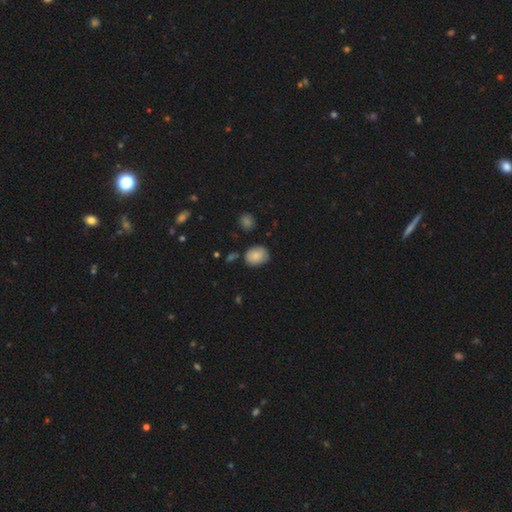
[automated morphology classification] Smooth or featured?
  - smooth: 83% *
  - featured or disk: 10%
  - star or artifact: 8%
How rounded?
  - round: 50% *
  - in between: 49%
  - cigar-shaped: 1%
Merging?
  - none: 71% *
  - minor disturbance: 21%
  - major disturbance: 4%
  - merger: 4%